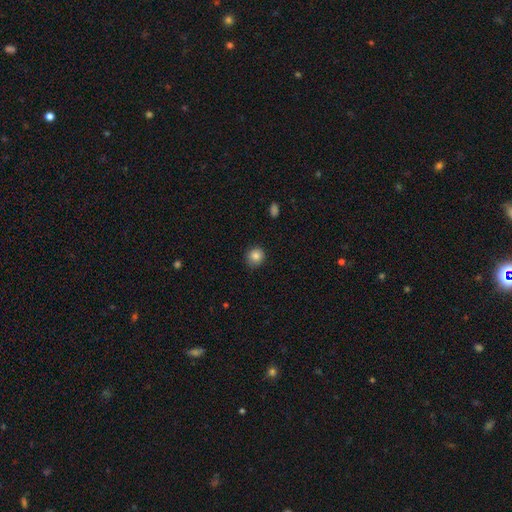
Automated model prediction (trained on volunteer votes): smooth_or_featured: smooth (p=0.84) [alt: star or artifact p=0.10]
how_rounded: round (p=0.85) [alt: in between p=0.14]
merging: none (p=0.85) [alt: minor disturbance p=0.12]